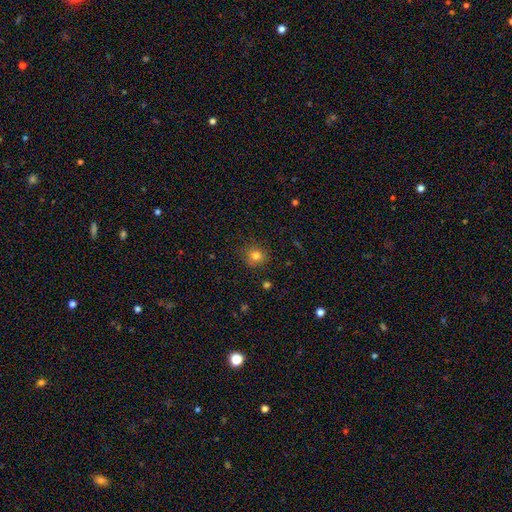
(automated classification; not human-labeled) This is likely a smooth galaxy (79%). How rounded: clearly round (88%). Merging: clearly none (86%).